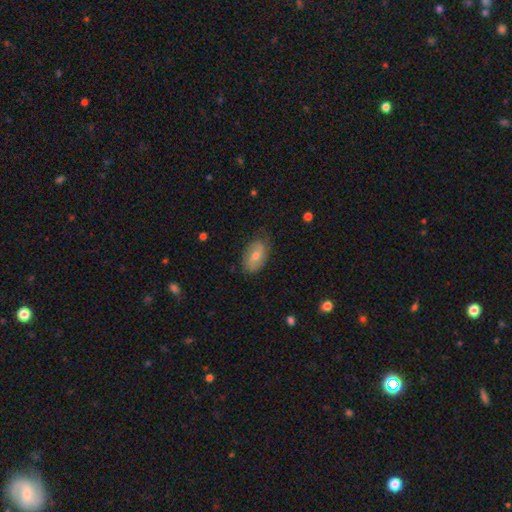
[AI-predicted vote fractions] A featured or disk galaxy (46%). Merging: none (76%).